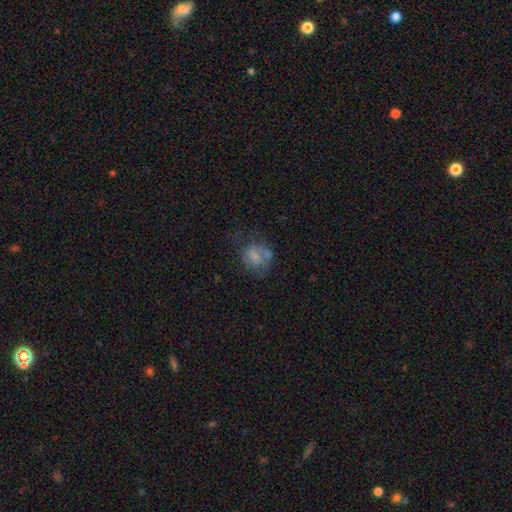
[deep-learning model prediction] Smooth or featured: smooth — 54% (featured or disk — 36%)
How rounded: round — 51% (in between — 47%)
Merging: none — 39% (minor disturbance — 24%)